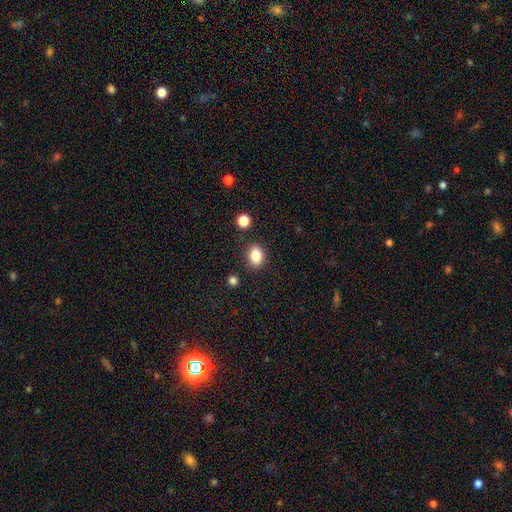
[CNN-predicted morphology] This is clearly a smooth galaxy (85%). How rounded: likely in between (69%). Merging: clearly none (85%).